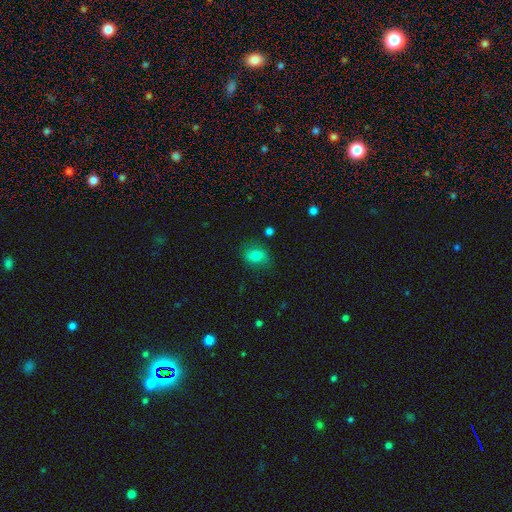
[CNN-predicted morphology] Smooth or featured? Predicted: smooth (p=0.78). How rounded? Predicted: in between (p=0.59). Merging? Predicted: none (p=0.76).